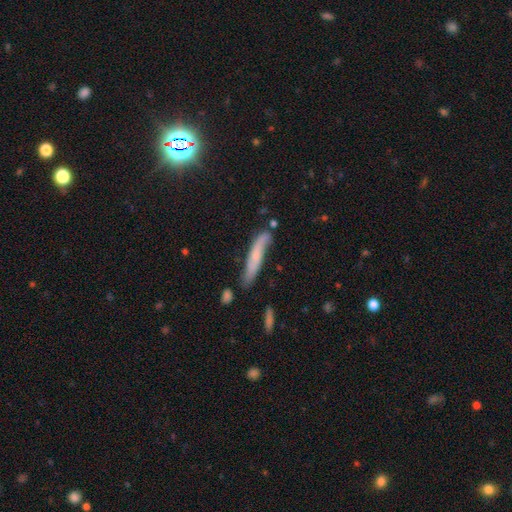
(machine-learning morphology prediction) This appears to be a smooth galaxy with no disk features (48%). Merging: none (61%).